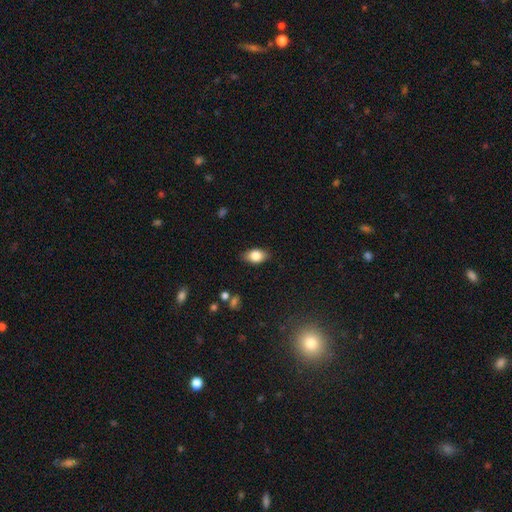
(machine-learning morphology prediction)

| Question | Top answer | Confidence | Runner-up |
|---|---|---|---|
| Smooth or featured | smooth | 80% | featured or disk (12%) |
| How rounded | in between | 87% | round (11%) |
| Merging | none | 85% | minor disturbance (12%) |